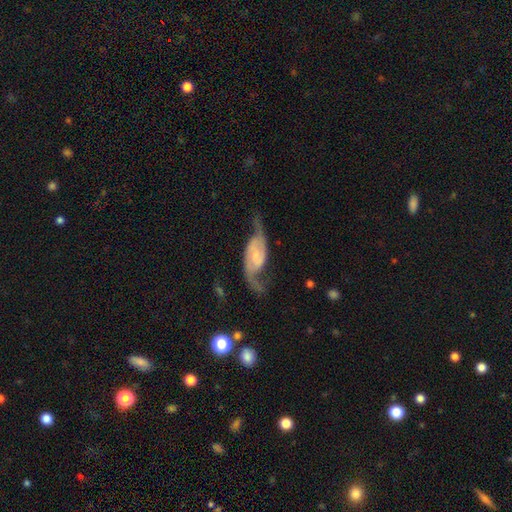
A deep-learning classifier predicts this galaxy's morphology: featured or disk 86%, smooth 8%, star or artifact 5%. Down the decision tree: edge-on disk — no (95%); bar — no (51%); spiral arms — yes (96%); spiral arm count — 2 (92%); spiral winding — loose (57%); bulge size — small (65%); merging — none (62%).